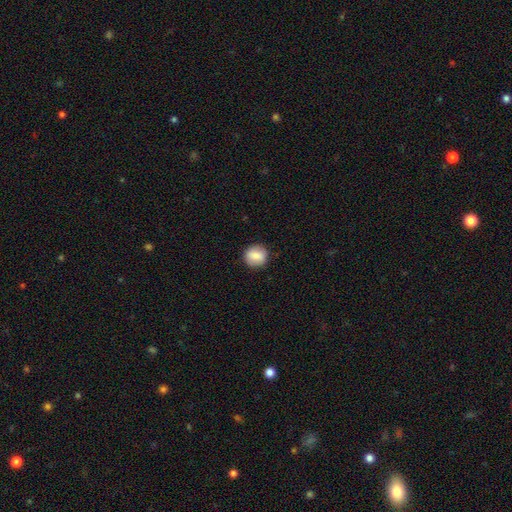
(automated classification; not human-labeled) Smooth or featured? Predicted: smooth (p=0.82). How rounded? Predicted: round (p=0.85). Merging? Predicted: none (p=0.88).